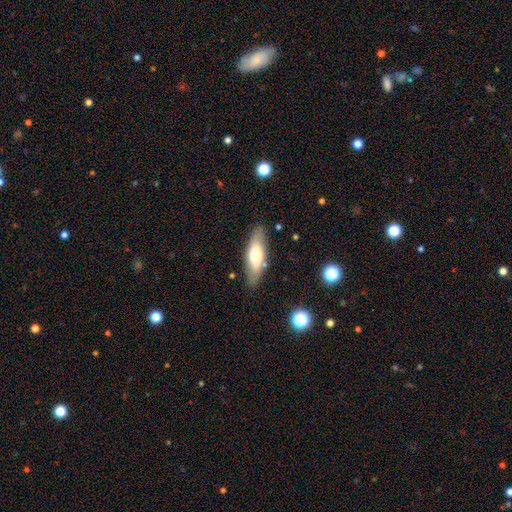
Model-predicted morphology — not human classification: smooth 60%, featured or disk 33%, star or artifact 6%. Down the decision tree: how rounded — in between (53%); merging — none (83%).